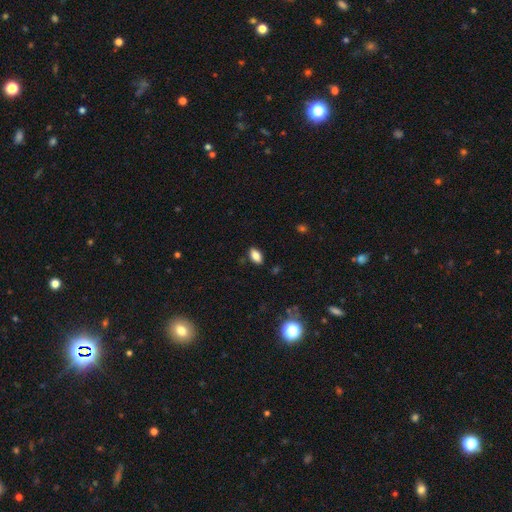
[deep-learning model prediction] Smooth or featured?
  - smooth: 82% *
  - star or artifact: 10%
  - featured or disk: 8%
How rounded?
  - in between: 91% *
  - round: 5%
  - cigar-shaped: 4%
Merging?
  - none: 85% *
  - minor disturbance: 11%
  - major disturbance: 2%
  - merger: 2%